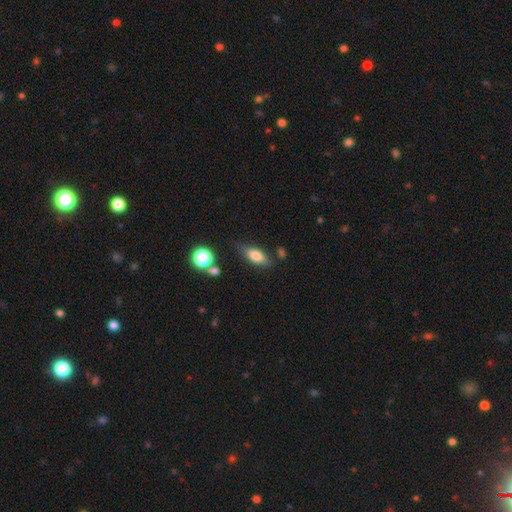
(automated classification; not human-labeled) A smooth galaxy with no disk features (72%) that is in between round and cigar-shaped (74%).

Vote fractions:
- Smooth or featured? smooth: 72% / featured or disk: 19% / star or artifact: 9%
- How rounded? in between: 74% / cigar-shaped: 21% / round: 5%
- Merging? none: 73% / minor disturbance: 17% / merger: 5% / major disturbance: 5%